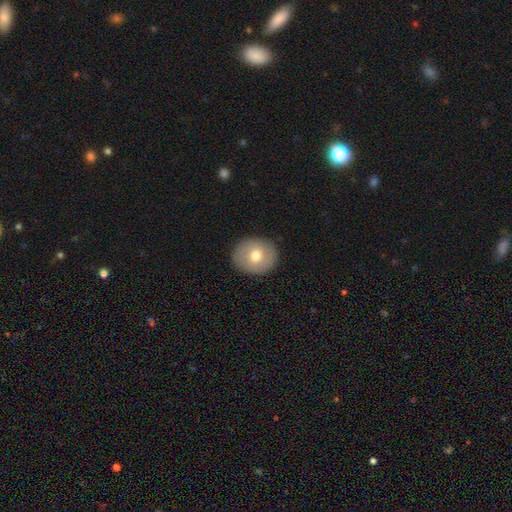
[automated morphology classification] Overall: smooth (71%). How rounded: round (62%; in between 37%). Merging: none (89%).